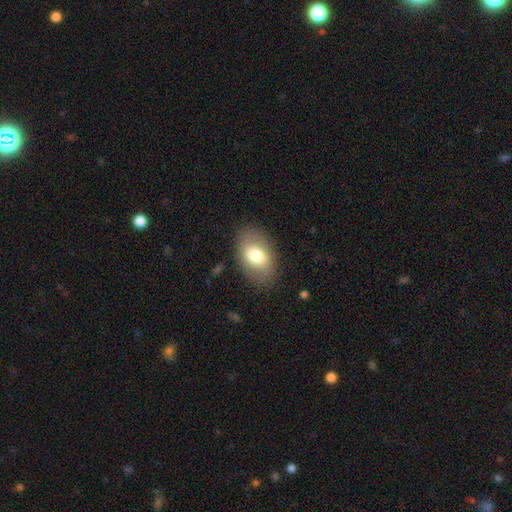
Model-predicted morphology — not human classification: smooth 73%, featured or disk 19%, star or artifact 7%. Down the decision tree: how rounded — in between (89%); merging — none (82%).